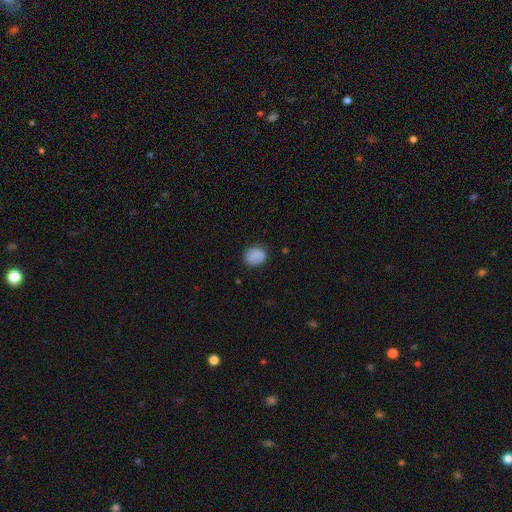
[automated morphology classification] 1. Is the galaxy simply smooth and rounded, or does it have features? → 83% smooth, 9% featured or disk, 8% star or artifact.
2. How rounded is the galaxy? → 58% round, 41% in between, 1% cigar-shaped.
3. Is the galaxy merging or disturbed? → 82% none, 13% minor disturbance, 3% major disturbance, 1% merger.